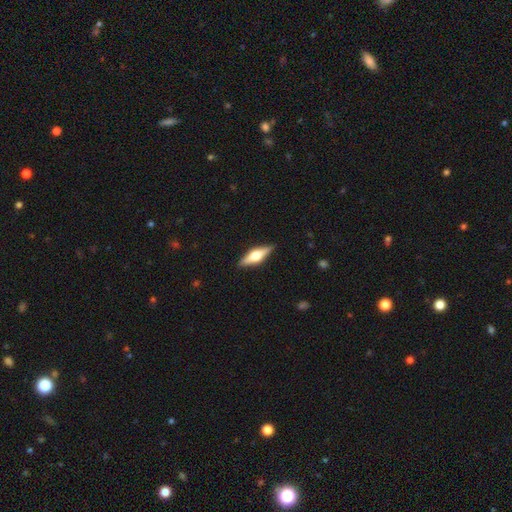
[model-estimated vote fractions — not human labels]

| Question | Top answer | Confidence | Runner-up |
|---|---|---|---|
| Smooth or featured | featured or disk | 66% | smooth (29%) |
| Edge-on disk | yes | 96% | no (4%) |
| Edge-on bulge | rounded | 93% | boxy (6%) |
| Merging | none | 90% | minor disturbance (8%) |